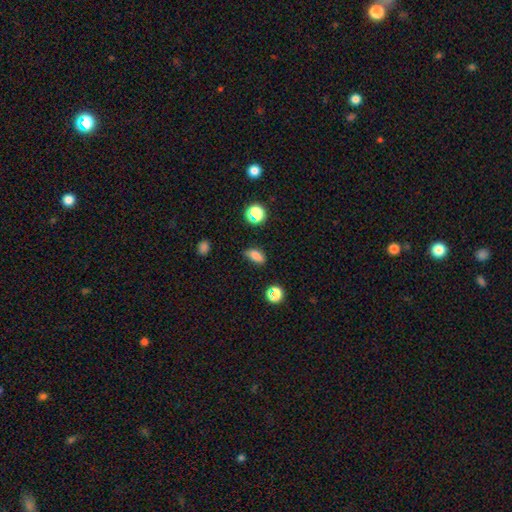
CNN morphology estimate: type=smooth (80%); roundness=in between (81%); merging=none (74%).